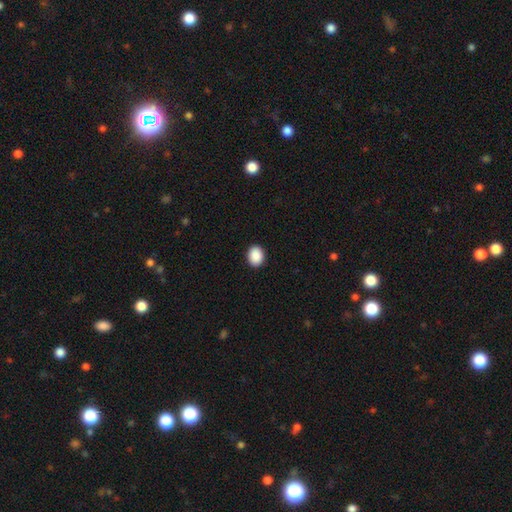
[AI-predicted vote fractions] This is clearly a smooth galaxy (90%). How rounded: possibly in between (52%). Merging: clearly none (91%).